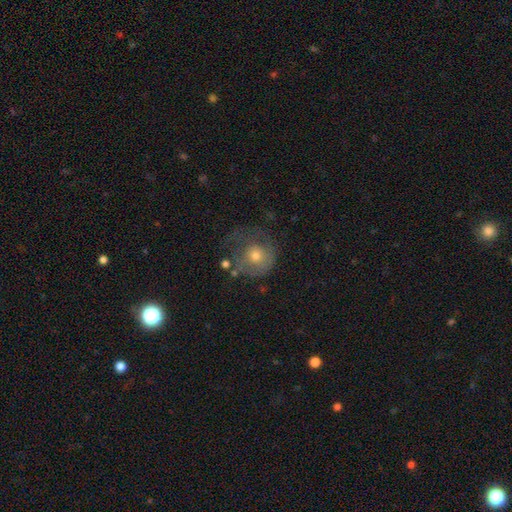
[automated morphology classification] A featured or disk galaxy (46%).

Vote fractions:
- Smooth or featured? featured or disk: 46% / smooth: 43% / star or artifact: 10%
- Merging? none: 41% / major disturbance: 33% / minor disturbance: 23% / merger: 4%